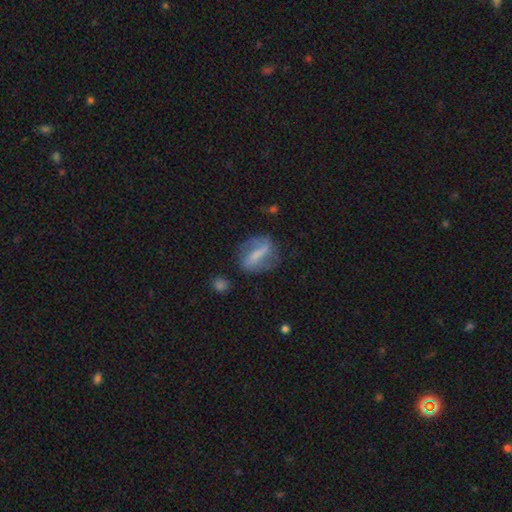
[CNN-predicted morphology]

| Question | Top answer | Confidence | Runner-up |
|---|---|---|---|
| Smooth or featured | featured or disk | 53% | smooth (38%) |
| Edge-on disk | no | 88% | yes (12%) |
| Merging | none | 66% | minor disturbance (19%) |